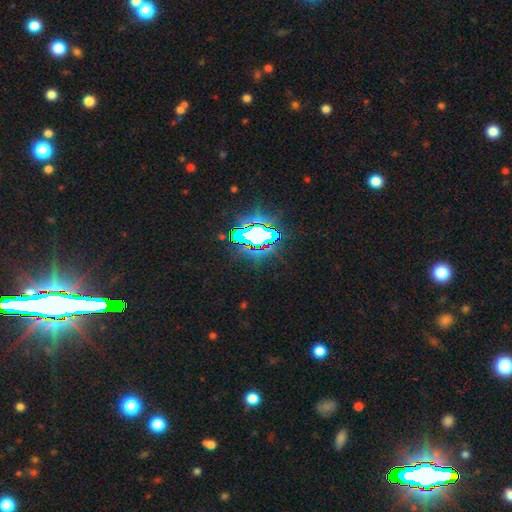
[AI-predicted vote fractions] Overall: star or artifact (83%).